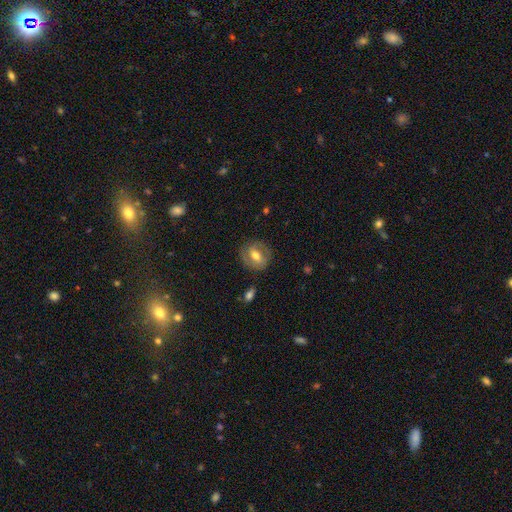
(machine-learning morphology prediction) Smooth or featured? Predicted: featured or disk (p=0.46, tied with smooth). Merging? Predicted: none (p=0.79).